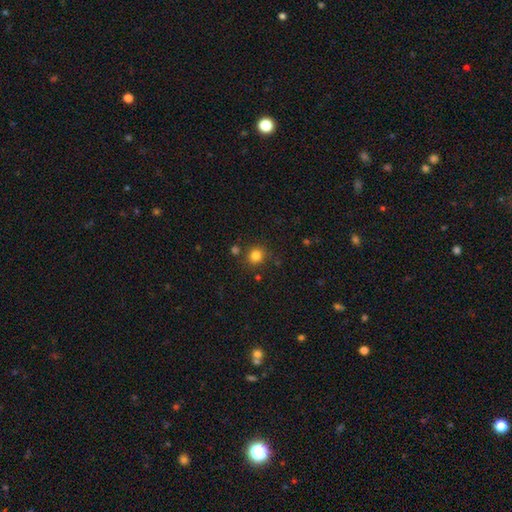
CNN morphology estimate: Smooth or featured?
  - smooth: 82% *
  - star or artifact: 13%
  - featured or disk: 5%
How rounded?
  - round: 88% *
  - in between: 11%
  - cigar-shaped: 1%
Merging?
  - none: 82% *
  - minor disturbance: 9%
  - merger: 6%
  - major disturbance: 3%